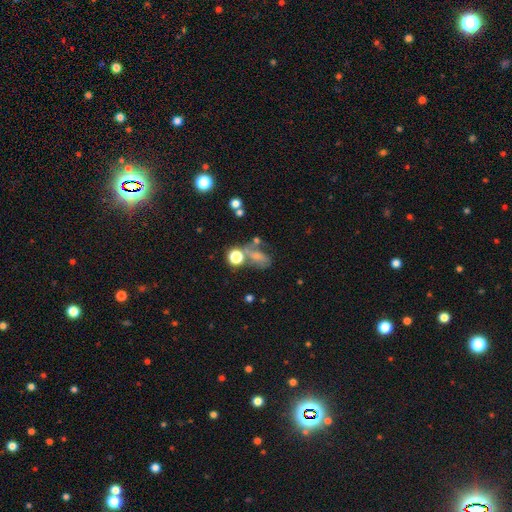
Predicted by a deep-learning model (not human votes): Smooth or featured? smooth (51%)
How rounded? in between (67%)
Merging? none (38%)